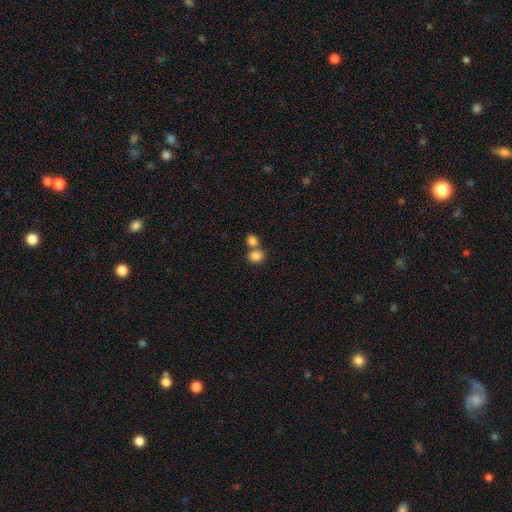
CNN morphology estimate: Smooth or featured? smooth (84%)
How rounded? round (57%)
Merging? none (46%)